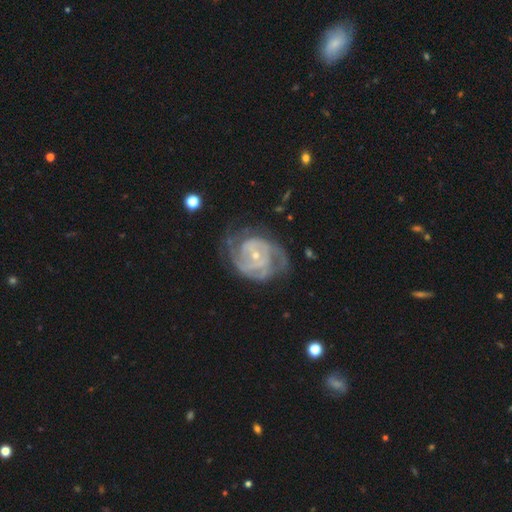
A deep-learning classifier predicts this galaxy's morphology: Smooth or featured: featured or disk — 88% (smooth — 7%)
Edge-on disk: no — 97% (yes — 3%)
Bar: no — 55% (weak — 34%)
Spiral arms: yes — 94% (no — 6%)
Spiral winding: tight — 59% (medium — 33%)
Spiral arm count: 2 — 41% (can't tell — 25%)
Bulge size: small — 69% (moderate — 27%)
Merging: none — 60% (minor disturbance — 22%)